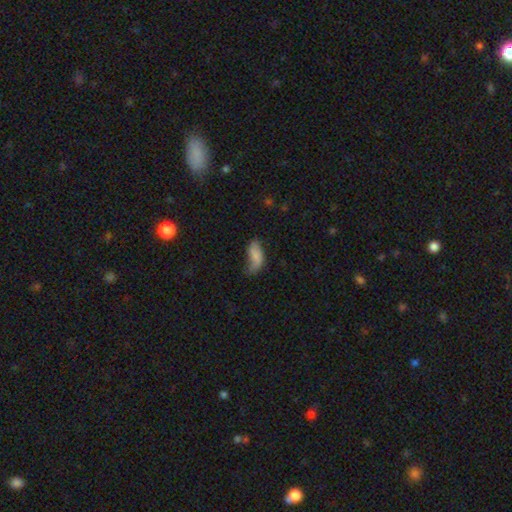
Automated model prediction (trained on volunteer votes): Morphology: type=smooth (62%); roundness=in between (89%); merging=none (35%, tied with minor disturbance).